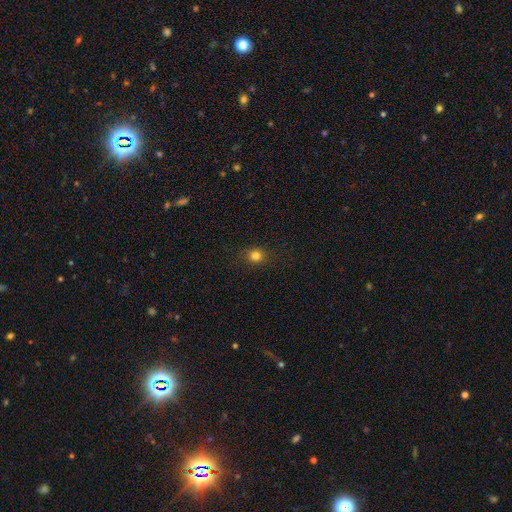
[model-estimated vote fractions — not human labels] Morphology: type=smooth (80%); roundness=round (84%); merging=none (88%).